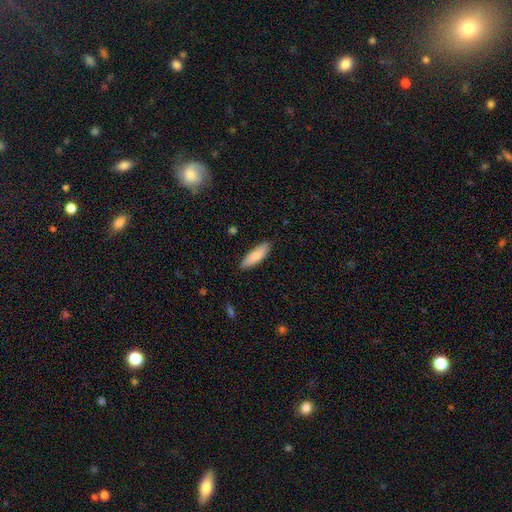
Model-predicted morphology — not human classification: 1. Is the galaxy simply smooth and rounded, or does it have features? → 83% smooth, 12% featured or disk, 6% star or artifact.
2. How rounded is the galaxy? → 50% in between, 48% cigar-shaped, 2% round.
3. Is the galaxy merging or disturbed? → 86% none, 11% minor disturbance, 2% major disturbance, 1% merger.